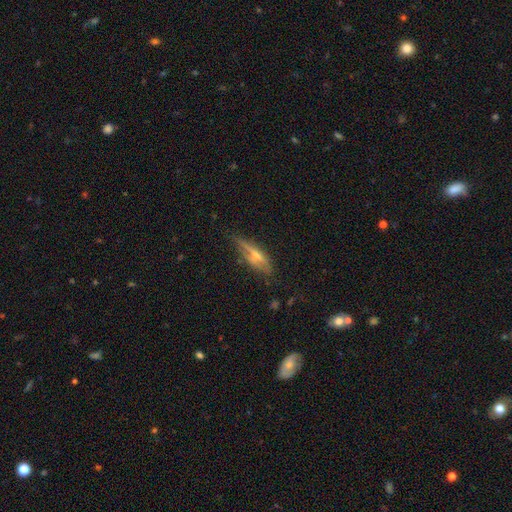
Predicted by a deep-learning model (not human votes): A featured or disk galaxy (58%) viewed edge-on (86%) with a rounded central bulge (81%).

Vote fractions:
- Smooth or featured? featured or disk: 58% / smooth: 30% / star or artifact: 11%
- Edge-on disk? yes: 86% / no: 14%
- Edge-on bulge? rounded: 81% / none: 10% / boxy: 9%
- Merging? none: 70% / minor disturbance: 21% / major disturbance: 7% / merger: 3%